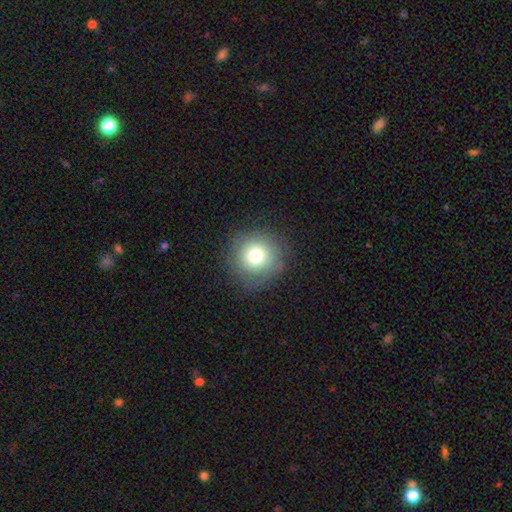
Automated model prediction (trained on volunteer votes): A smooth galaxy with no disk features (75%) that is round (94%).

Vote fractions:
- Smooth or featured? smooth: 75% / star or artifact: 13% / featured or disk: 12%
- How rounded? round: 94% / in between: 5% / cigar-shaped: 1%
- Merging? none: 85% / minor disturbance: 9% / major disturbance: 4% / merger: 1%